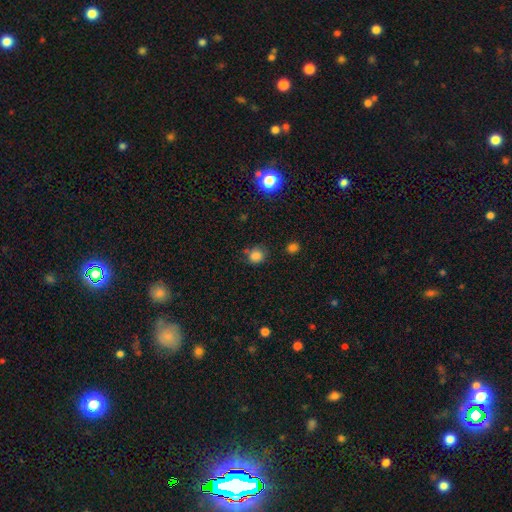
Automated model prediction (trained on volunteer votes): Smooth or featured? smooth (81%)
How rounded? round (80%)
Merging? none (71%)